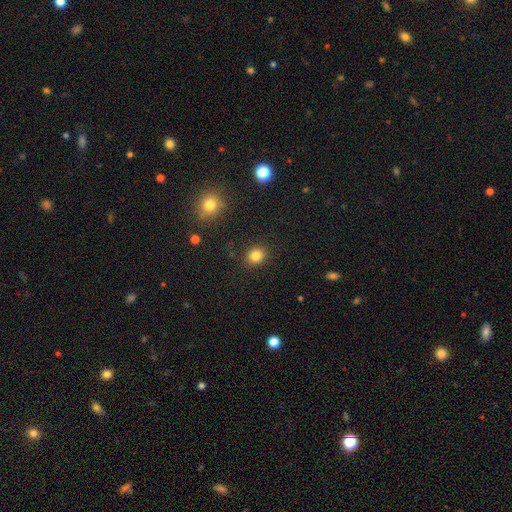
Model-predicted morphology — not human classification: Q: Smooth or featured?
A: smooth (83%); runner-up: star or artifact (12%)
Q: How rounded?
A: round (69%); runner-up: in between (30%)
Q: Merging?
A: none (88%); runner-up: minor disturbance (8%)